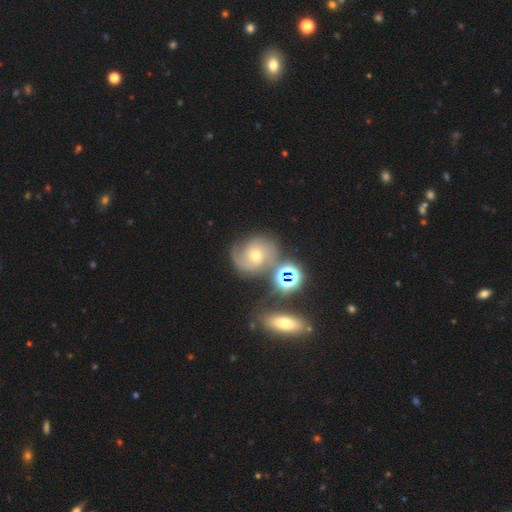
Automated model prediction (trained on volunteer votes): Smooth or featured? featured or disk (63%)
Edge-on disk? no (97%)
Bar? no (73%)
Spiral arms? yes (91%)
Spiral winding? medium (43%)
Spiral arm count? 2 (50%)
Bulge size? moderate (54%)
Merging? none (58%)